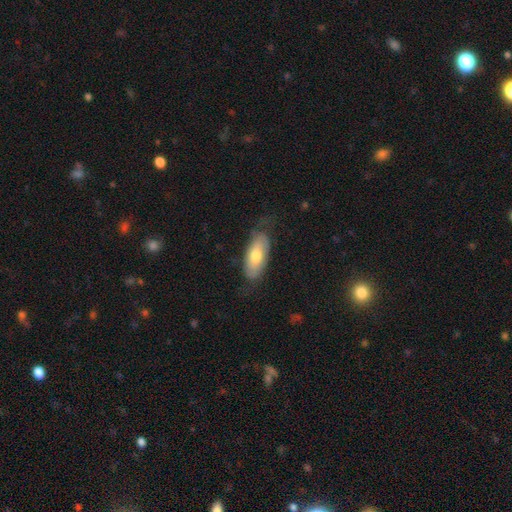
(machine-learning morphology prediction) This appears to be a smooth galaxy with no disk features (62%) that is in between round and cigar-shaped (81%). Merging: none (67%).